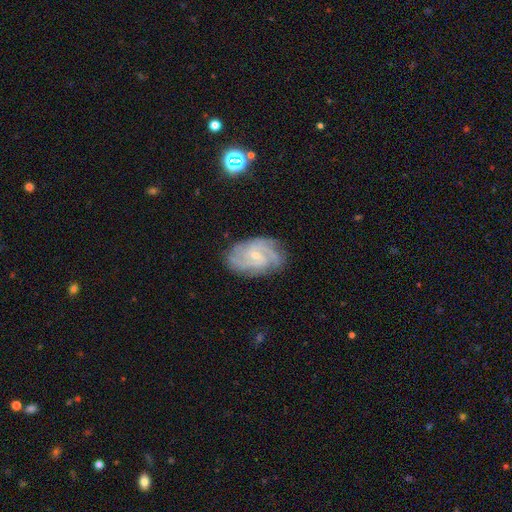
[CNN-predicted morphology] Smooth or featured?
  - featured or disk: 85% *
  - smooth: 9%
  - star or artifact: 6%
Edge-on disk?
  - no: 97% *
  - yes: 3%
Bar?
  - no: 50% *
  - weak: 42%
  - strong: 8%
Spiral arms?
  - yes: 97% *
  - no: 3%
Spiral winding?
  - tight: 55% *
  - medium: 37%
  - loose: 8%
Spiral arm count?
  - 3: 29% *
  - can't tell: 23%
  - 2: 22%
  - 4: 15%
  - more than 4: 6%
  - 1: 6%
Bulge size?
  - small: 72% *
  - moderate: 24%
  - none: 2%
  - large: 1%
  - dominant: 1%
Merging?
  - none: 77% *
  - minor disturbance: 17%
  - major disturbance: 5%
  - merger: 1%